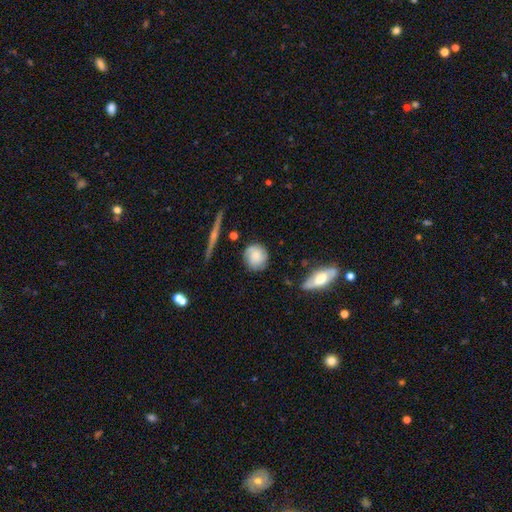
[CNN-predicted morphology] type=smooth (56%); roundness=round (81%); merging=none (73%).